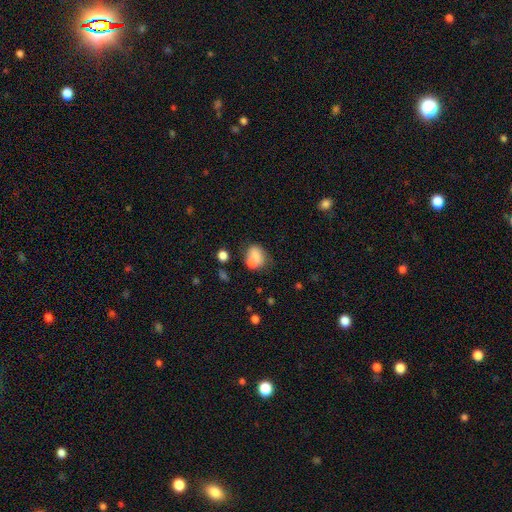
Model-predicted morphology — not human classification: Overall: smooth (70%). How rounded: in between (54%; round 45%). Merging: merger (40%; none 35%).